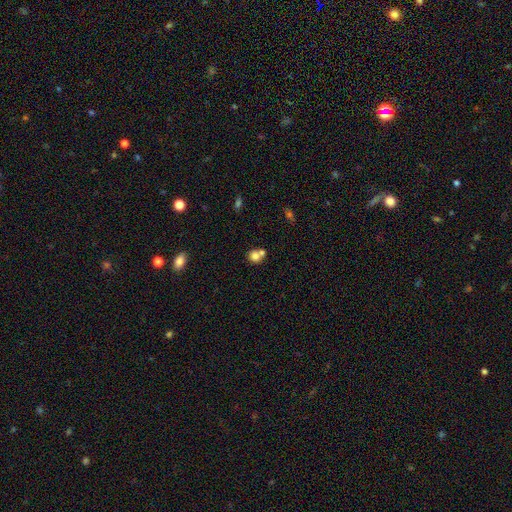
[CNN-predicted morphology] Smooth or featured? smooth (77%)
How rounded? round (77%)
Merging? merger (44%, tied with none)